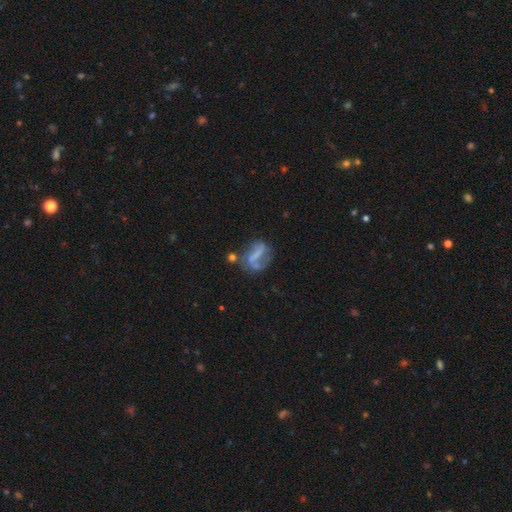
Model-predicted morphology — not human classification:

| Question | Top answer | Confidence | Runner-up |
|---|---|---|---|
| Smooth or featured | featured or disk | 63% | smooth (26%) |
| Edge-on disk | no | 95% | yes (5%) |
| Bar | strong | 49% | weak (28%) |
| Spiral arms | yes | 64% | no (36%) |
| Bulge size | none | 60% | small (24%) |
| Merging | none | 42% | major disturbance (24%) |